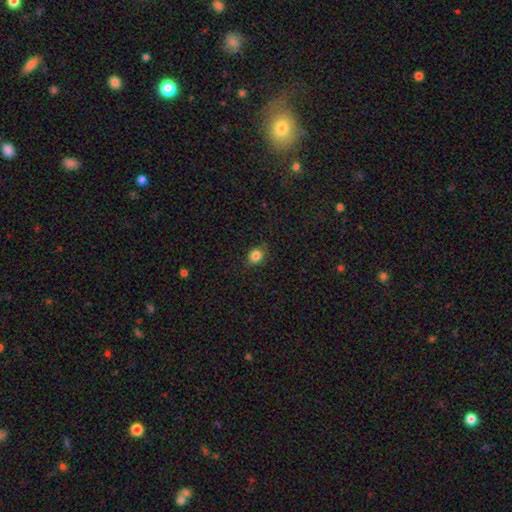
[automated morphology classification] Smooth or featured: smooth — 84% (star or artifact — 11%)
How rounded: round — 60% (in between — 39%)
Merging: none — 85% (minor disturbance — 11%)